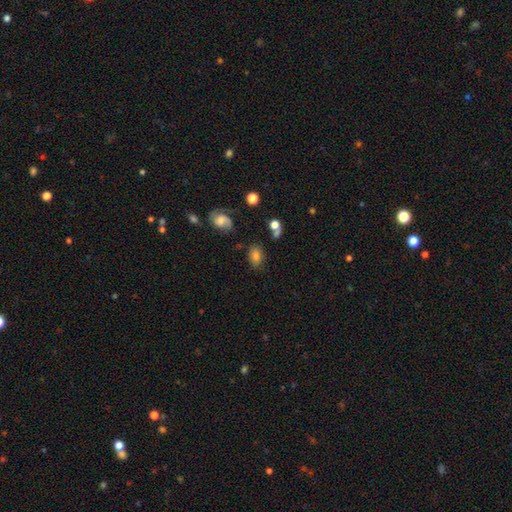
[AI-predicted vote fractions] smooth 76%, featured or disk 13%, star or artifact 11%. Down the decision tree: how rounded — in between (81%); merging — none (72%).